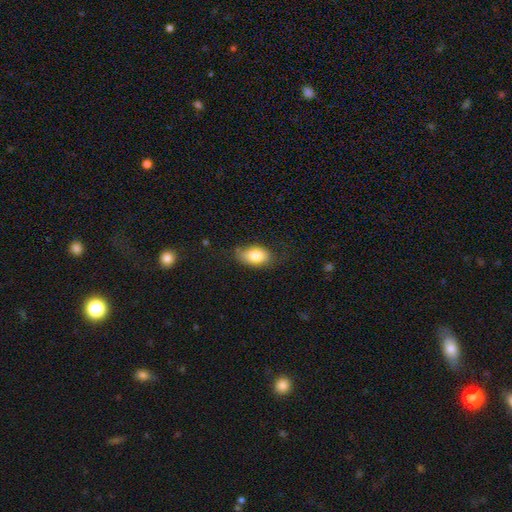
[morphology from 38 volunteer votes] A smooth galaxy with no disk features (84%) that is in between round and cigar-shaped (100%). Merging: none (69%).